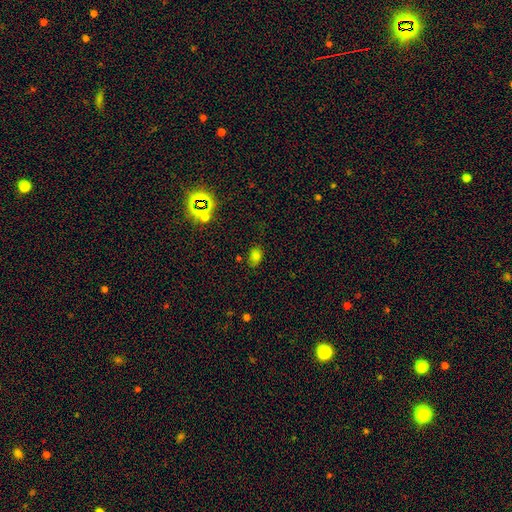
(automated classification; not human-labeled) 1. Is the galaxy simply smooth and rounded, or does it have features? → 71% smooth, 21% star or artifact, 8% featured or disk.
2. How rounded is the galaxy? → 75% in between, 23% round, 1% cigar-shaped.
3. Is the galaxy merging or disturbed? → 70% none, 21% minor disturbance, 5% major disturbance, 3% merger.